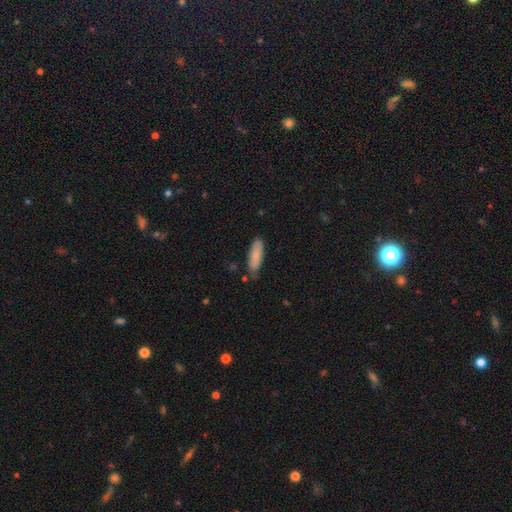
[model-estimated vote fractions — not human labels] smooth 84%, featured or disk 10%, star or artifact 6%. Down the decision tree: how rounded — in between (51%); merging — none (74%).